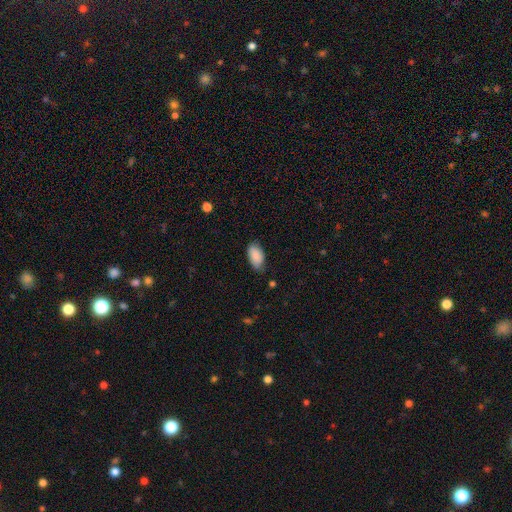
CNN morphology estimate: This appears to be a smooth galaxy with no disk features (89%) that is in between round and cigar-shaped (94%). Merging: none (74%).